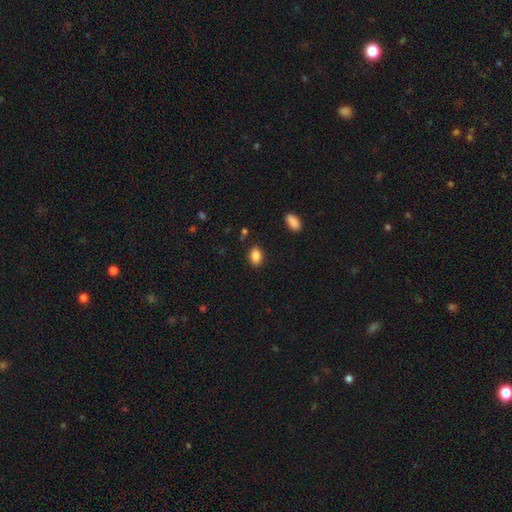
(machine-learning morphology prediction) Smooth or featured: smooth — 87% (star or artifact — 9%)
How rounded: in between — 83% (round — 16%)
Merging: none — 87% (minor disturbance — 9%)